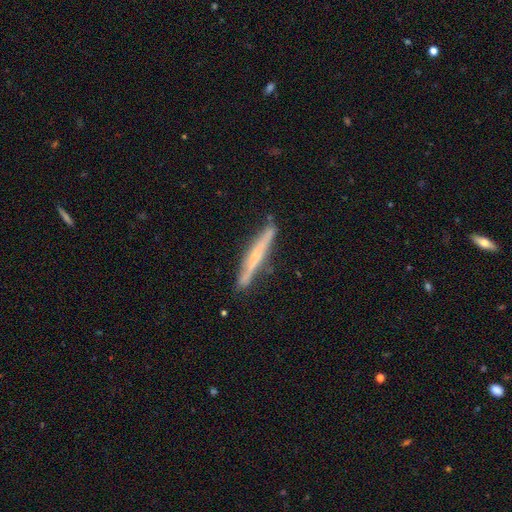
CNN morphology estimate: featured or disk 59%, smooth 35%, star or artifact 7%. Down the decision tree: edge-on disk — yes (95%); edge-on bulge — none (48%); merging — none (84%).